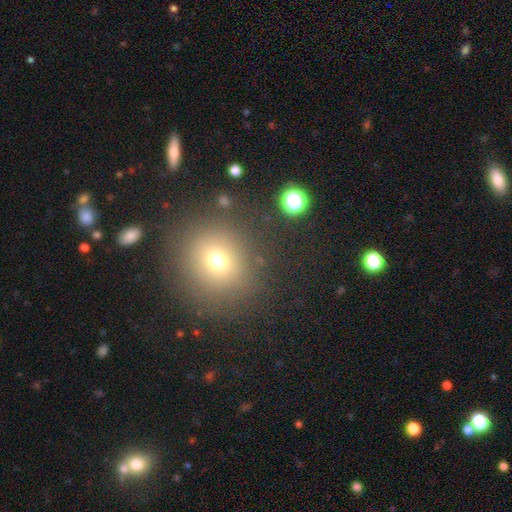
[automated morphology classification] This appears to be a smooth galaxy with no disk features (60%) that is round (89%). Merging: none (88%).